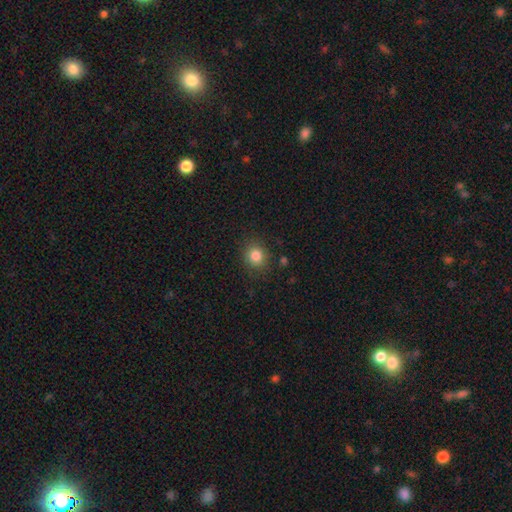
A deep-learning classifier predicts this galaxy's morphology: Smooth or featured: smooth — 83% (star or artifact — 11%)
How rounded: round — 81% (in between — 18%)
Merging: none — 86% (minor disturbance — 9%)